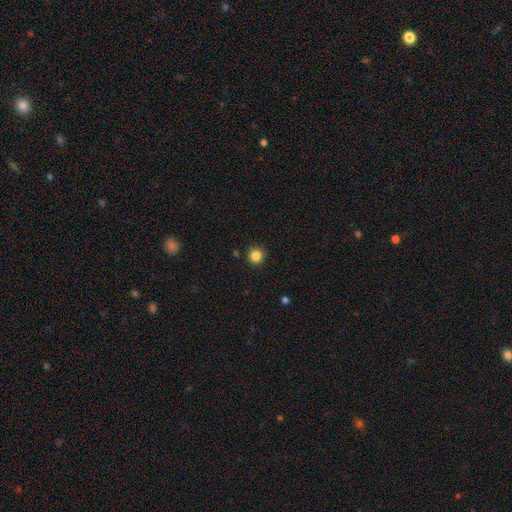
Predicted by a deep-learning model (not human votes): This appears to be a smooth galaxy with no disk features (85%) that is round (94%). Merging: none (90%).